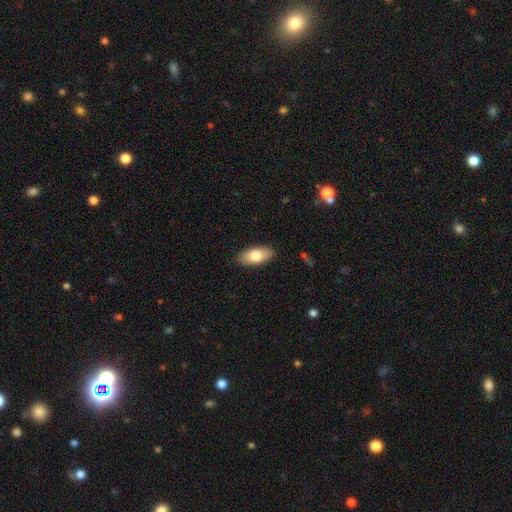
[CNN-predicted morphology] A smooth galaxy with no disk features (77%) that is in between round and cigar-shaped (87%). Merging: none (88%).